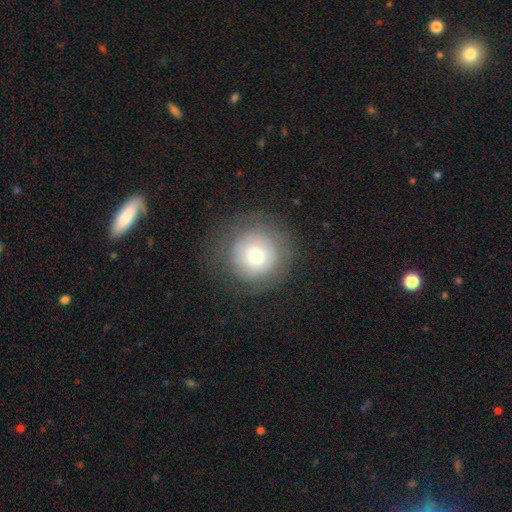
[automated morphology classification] Smooth or featured? smooth (63%)
How rounded? round (95%)
Merging? none (80%)